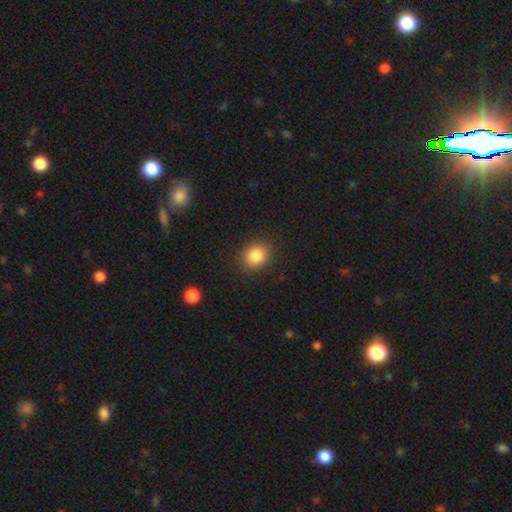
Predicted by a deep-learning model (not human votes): smooth 85%, star or artifact 10%, featured or disk 5%. Down the decision tree: how rounded — round (61%); merging — none (88%).